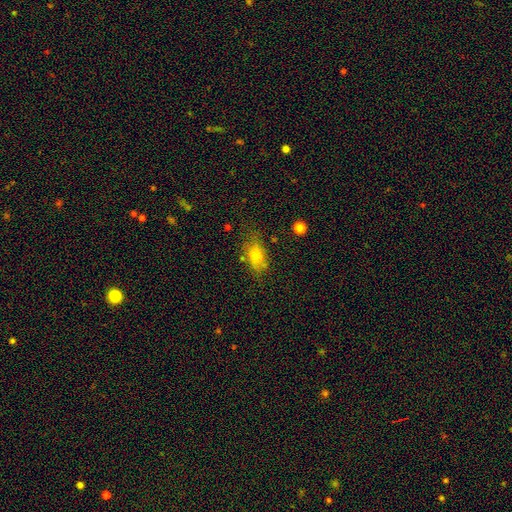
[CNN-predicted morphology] Q: Smooth or featured?
A: smooth (75%); runner-up: featured or disk (15%)
Q: How rounded?
A: in between (82%); runner-up: round (12%)
Q: Merging?
A: none (65%); runner-up: minor disturbance (22%)